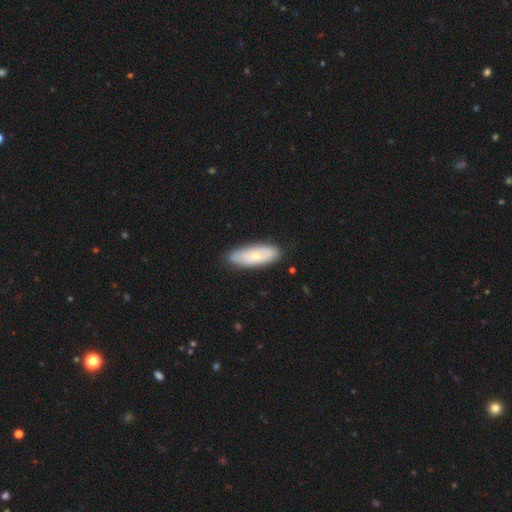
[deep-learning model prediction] Smooth or featured: smooth — 56% (featured or disk — 39%)
How rounded: in between — 73% (cigar-shaped — 25%)
Merging: none — 81% (minor disturbance — 15%)